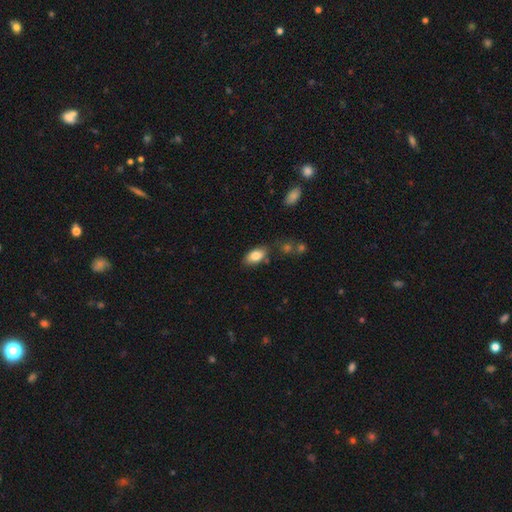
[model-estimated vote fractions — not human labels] smooth_or_featured: smooth (p=0.83) [alt: featured or disk p=0.10]
how_rounded: in between (p=0.92) [alt: round p=0.05]
merging: none (p=0.76) [alt: minor disturbance p=0.15]